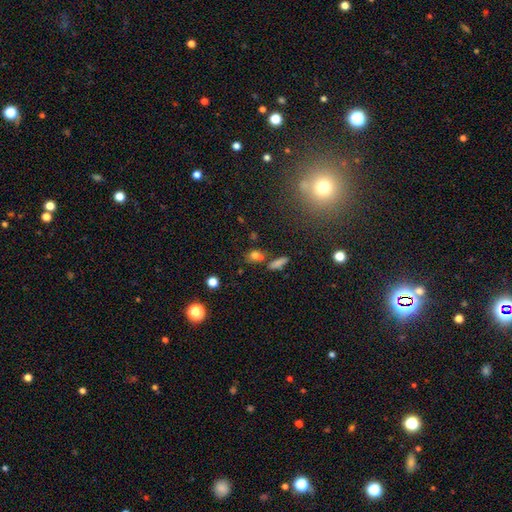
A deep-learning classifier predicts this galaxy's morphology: A smooth galaxy with no disk features (72%) that is round (50%).

Vote fractions:
- Smooth or featured? smooth: 72% / star or artifact: 18% / featured or disk: 11%
- How rounded? round: 50% / in between: 43% / cigar-shaped: 7%
- Merging? none: 54% / merger: 29% / minor disturbance: 12% / major disturbance: 5%